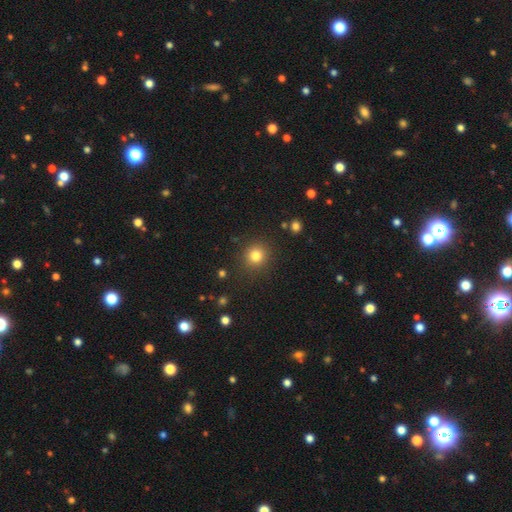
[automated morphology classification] type=smooth (81%); roundness=round (92%); merging=none (89%).